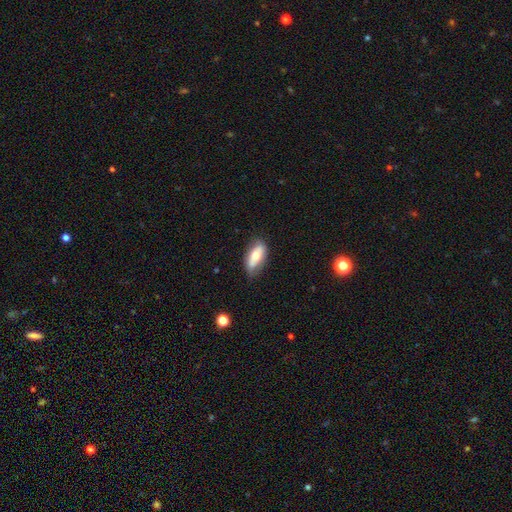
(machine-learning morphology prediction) A smooth galaxy with no disk features (59%) that is in between round and cigar-shaped (85%). Merging: none (73%).